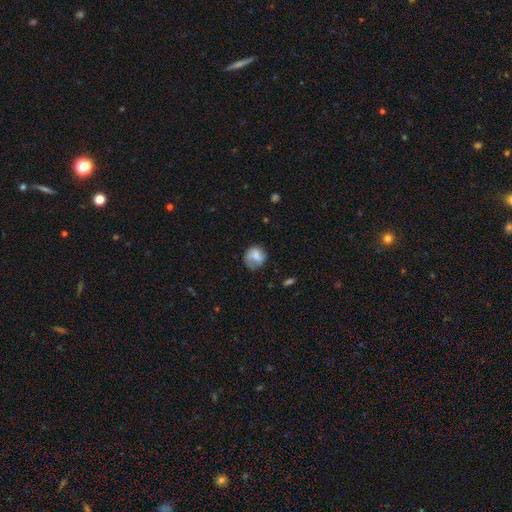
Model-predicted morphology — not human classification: A smooth galaxy with no disk features (59%) that is round (72%). Merging: none (55%).